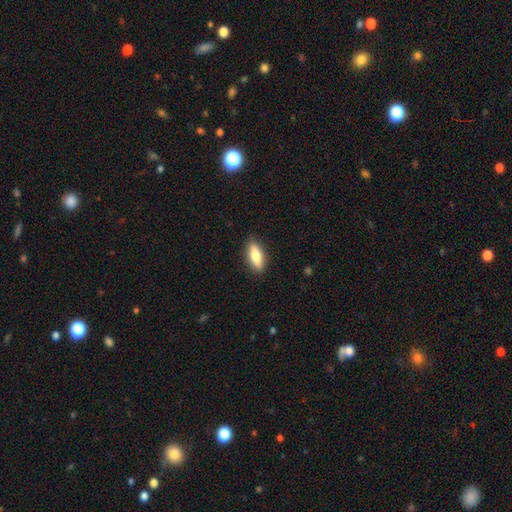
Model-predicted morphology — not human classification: smooth_or_featured: smooth (p=0.71) [alt: featured or disk p=0.23]
how_rounded: in between (p=0.63) [alt: cigar-shaped p=0.35]
merging: none (p=0.89) [alt: minor disturbance p=0.08]